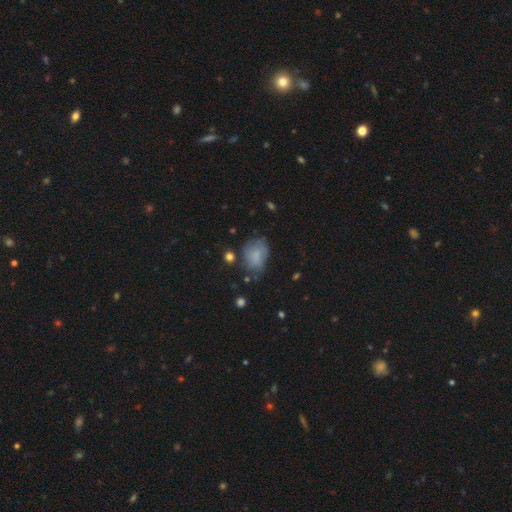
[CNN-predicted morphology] Smooth or featured: smooth — 74% (featured or disk — 17%)
How rounded: in between — 68% (round — 31%)
Merging: none — 52% (minor disturbance — 31%)